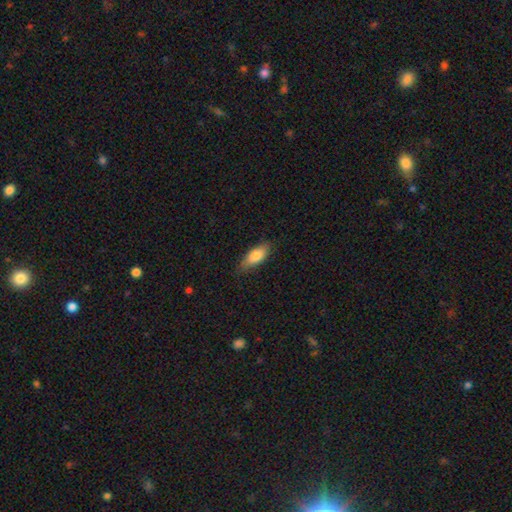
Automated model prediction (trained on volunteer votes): Smooth or featured? Predicted: smooth (p=0.80). How rounded? Predicted: in between (p=0.75). Merging? Predicted: none (p=0.75).